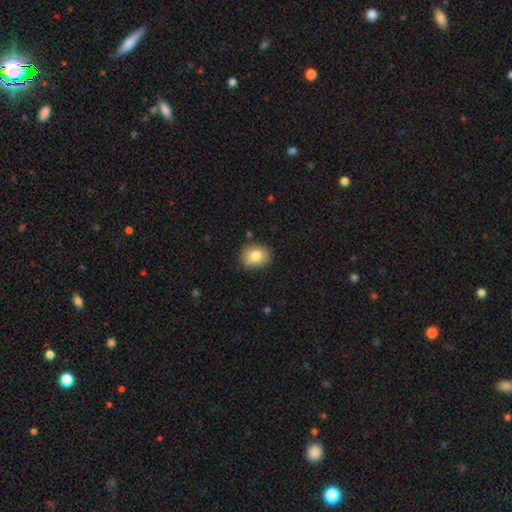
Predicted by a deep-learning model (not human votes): Smooth or featured: smooth — 82% (featured or disk — 10%)
How rounded: round — 55% (in between — 44%)
Merging: none — 82% (minor disturbance — 13%)